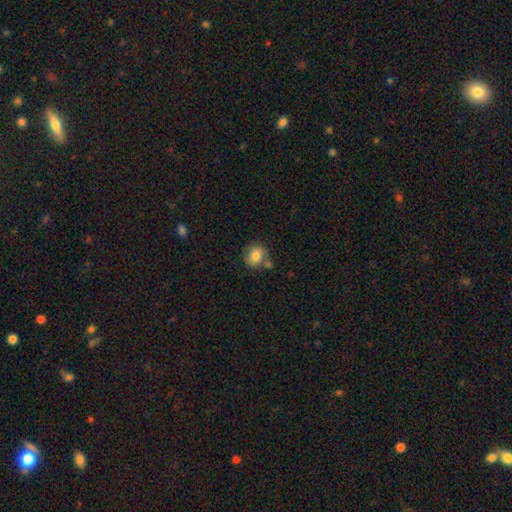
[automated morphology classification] Overall: smooth (80%). How rounded: round (65%; in between 34%). Merging: none (64%).